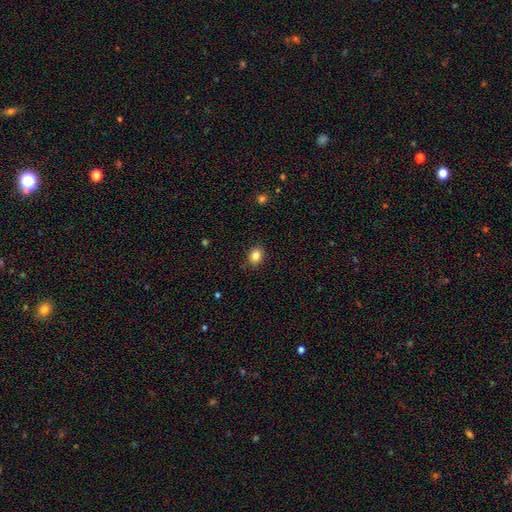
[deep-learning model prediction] This appears to be a smooth galaxy with no disk features (84%) that is in between round and cigar-shaped (51%). Merging: none (88%).